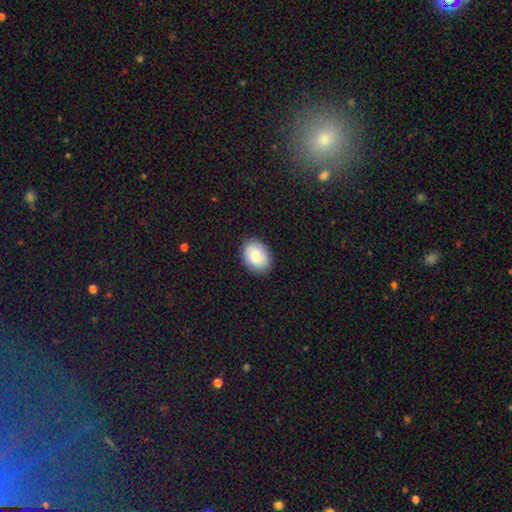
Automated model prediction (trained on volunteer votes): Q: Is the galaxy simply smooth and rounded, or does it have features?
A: smooth — 82%.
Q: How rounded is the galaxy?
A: in between — 73%.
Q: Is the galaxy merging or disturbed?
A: none — 87%.